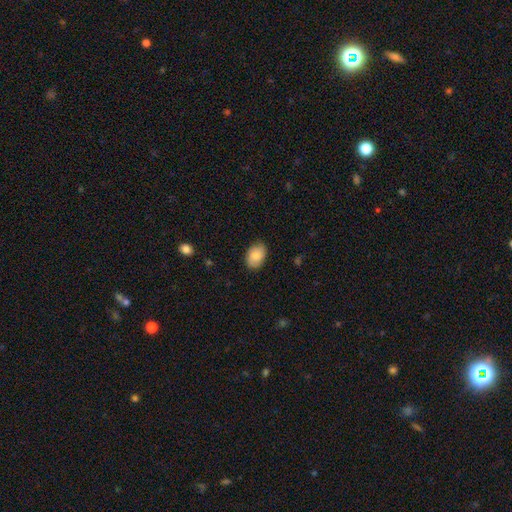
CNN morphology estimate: Smooth or featured? smooth (85%)
How rounded? in between (82%)
Merging? none (85%)